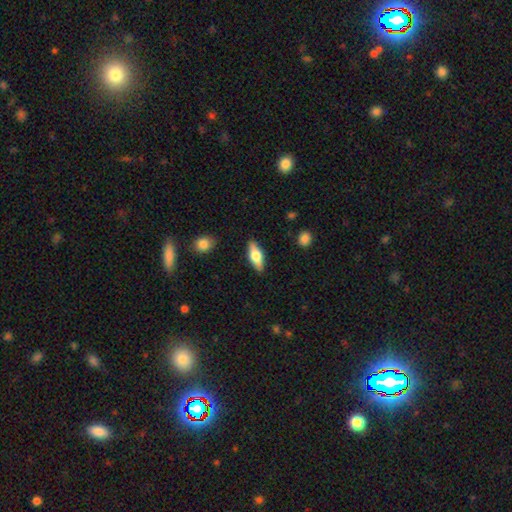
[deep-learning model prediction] A smooth galaxy with no disk features (56%) that is in between round and cigar-shaped (66%).

Vote fractions:
- Smooth or featured? smooth: 56% / featured or disk: 38% / star or artifact: 6%
- How rounded? in between: 66% / cigar-shaped: 31% / round: 3%
- Merging? none: 87% / minor disturbance: 9% / major disturbance: 2% / merger: 1%